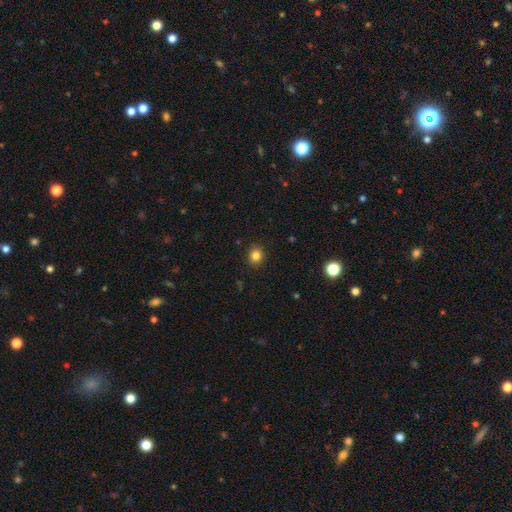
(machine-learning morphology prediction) Smooth or featured? Predicted: smooth (p=0.83). How rounded? Predicted: round (p=0.75). Merging? Predicted: none (p=0.90).